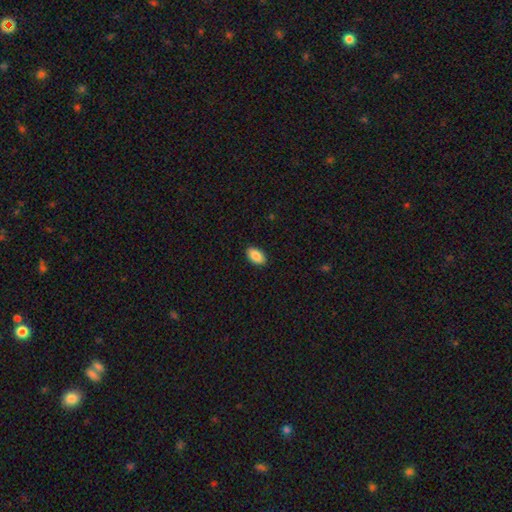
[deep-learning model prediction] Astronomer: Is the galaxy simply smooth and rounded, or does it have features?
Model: smooth — 87%.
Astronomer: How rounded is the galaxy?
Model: in between — 94%.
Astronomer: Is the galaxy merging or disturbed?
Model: none — 89%.